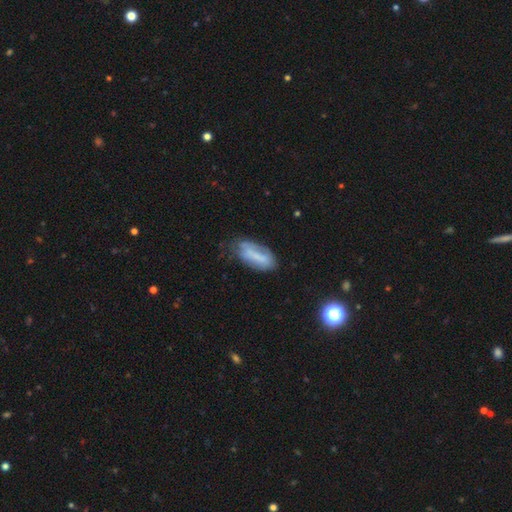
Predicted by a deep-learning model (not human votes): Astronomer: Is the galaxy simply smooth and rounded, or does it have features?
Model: smooth — 59%.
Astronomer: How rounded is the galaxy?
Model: in between — 81%.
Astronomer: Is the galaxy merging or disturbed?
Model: none — 51% (runner-up: minor disturbance, 32%).